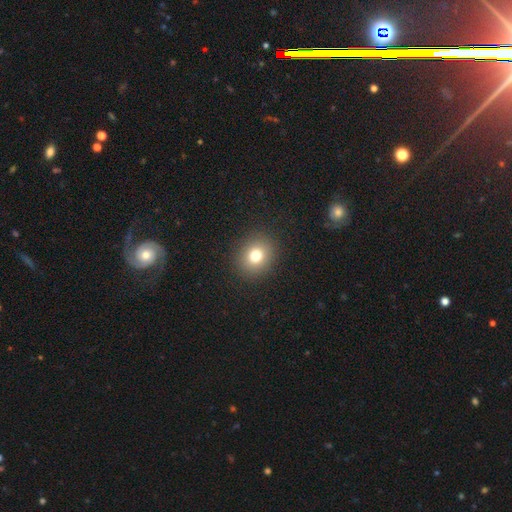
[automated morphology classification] This is likely a smooth galaxy (78%). How rounded: likely round (71%). Merging: clearly none (90%).